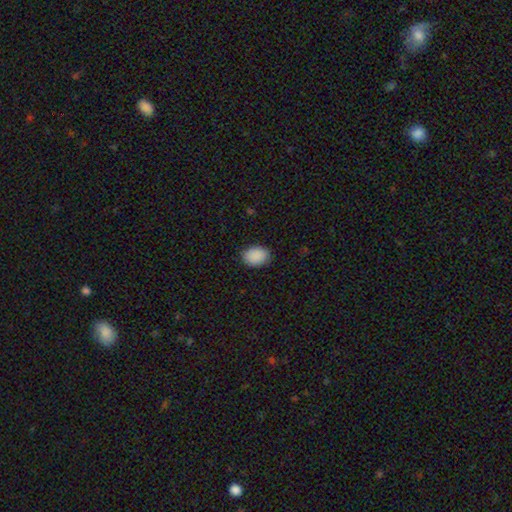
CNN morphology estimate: Smooth or featured? Predicted: smooth (p=0.90). How rounded? Predicted: in between (p=0.74). Merging? Predicted: none (p=0.86).